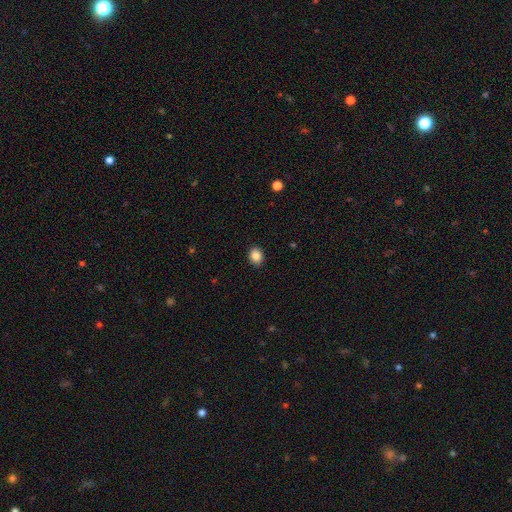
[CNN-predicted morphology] smooth 87%, star or artifact 9%, featured or disk 4%. Down the decision tree: how rounded — round (50%); merging — none (90%).